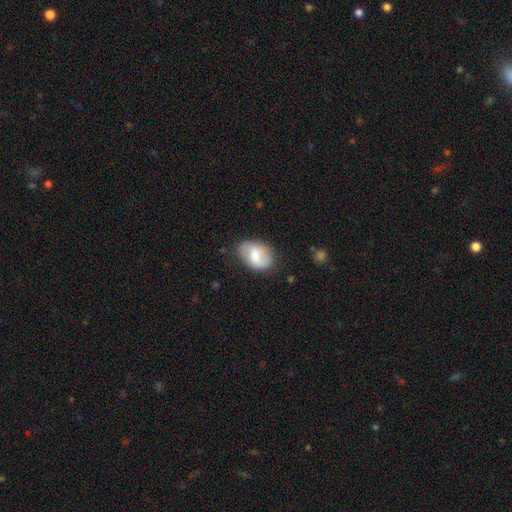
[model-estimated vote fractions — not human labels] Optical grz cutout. It shows a smooth galaxy with no disk features (66%) that is in between round and cigar-shaped (83%). Merging: none (71%).